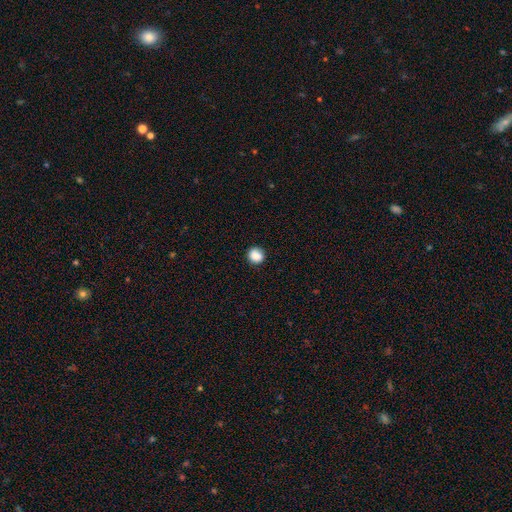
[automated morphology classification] Overall: smooth (87%). How rounded: round (86%). Merging: none (87%).